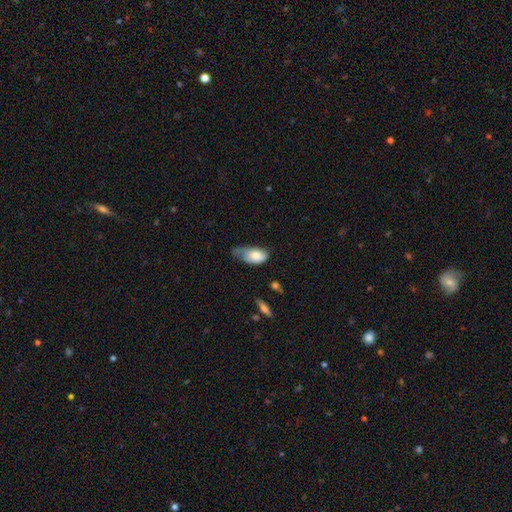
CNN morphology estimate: The model was most divided on "merging": minor disturbance: 44%, major disturbance: 30%, none: 22%, merger: 3%. More confident: how rounded — in between (92%); smooth or featured — smooth (73%).